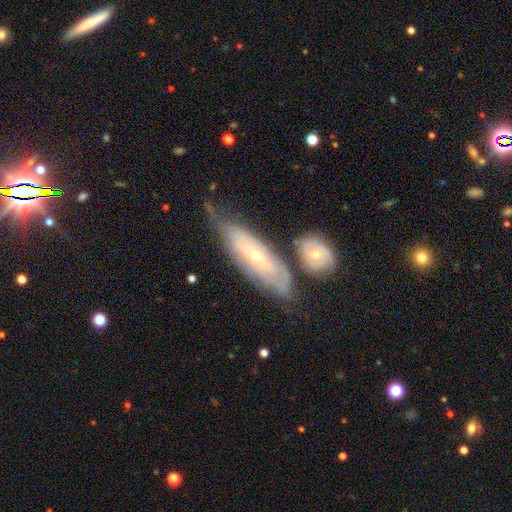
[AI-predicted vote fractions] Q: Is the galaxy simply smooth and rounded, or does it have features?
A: featured or disk — 68%.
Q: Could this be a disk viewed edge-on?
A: no — 74%.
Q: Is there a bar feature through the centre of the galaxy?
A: no — 72%.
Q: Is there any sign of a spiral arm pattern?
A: yes — 67%.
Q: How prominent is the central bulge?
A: small — 64%.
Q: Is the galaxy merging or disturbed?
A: none — 53%.